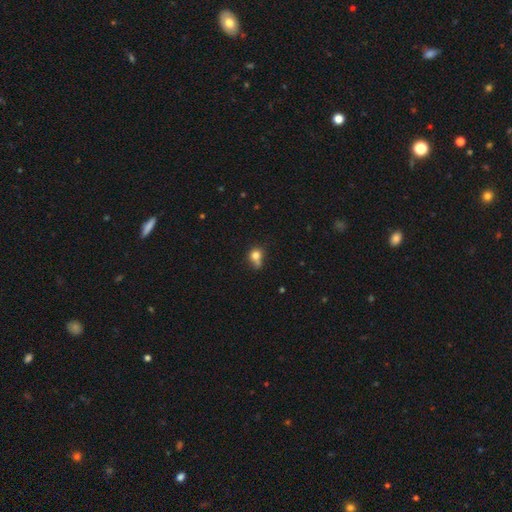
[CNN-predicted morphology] Smooth or featured: smooth — 77% (star or artifact — 12%)
How rounded: round — 68% (in between — 30%)
Merging: none — 42% (minor disturbance — 26%)